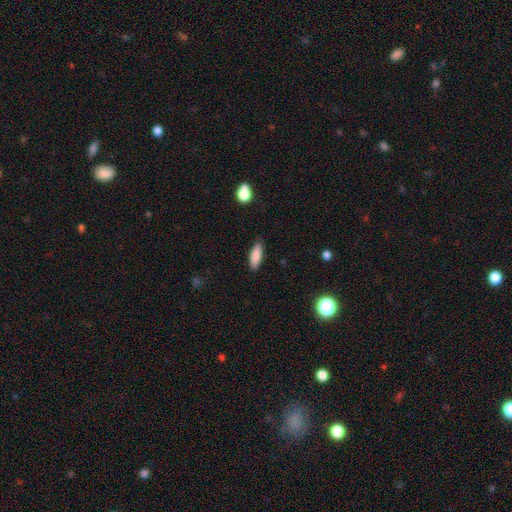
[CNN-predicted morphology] Q: Smooth or featured?
A: smooth (87%); runner-up: star or artifact (7%)
Q: How rounded?
A: in between (60%); runner-up: cigar-shaped (38%)
Q: Merging?
A: none (87%); runner-up: minor disturbance (10%)